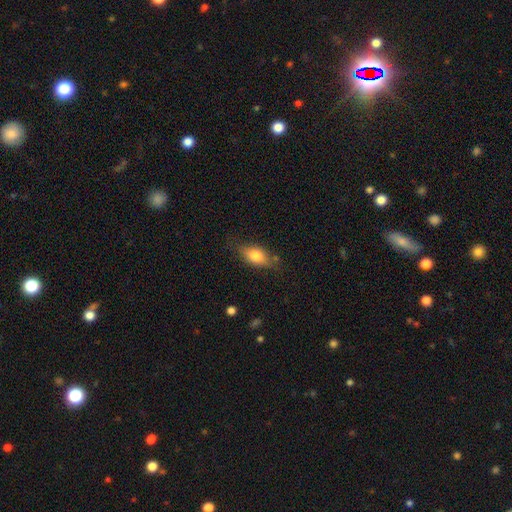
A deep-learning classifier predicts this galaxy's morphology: smooth-or-featured: smooth: 76% | featured or disk: 17% | star or artifact: 7%
  how-rounded: in between: 83% | cigar-shaped: 10% | round: 6%
  merging: none: 70% | minor disturbance: 22% | major disturbance: 6% | merger: 2%